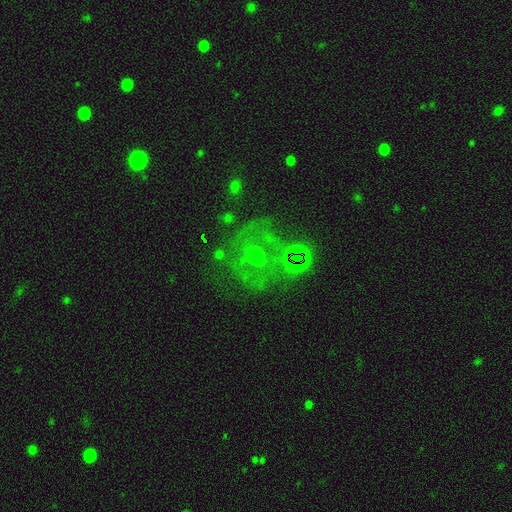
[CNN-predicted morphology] This appears to be a featured or disk galaxy (38%). Merging: none (63%).